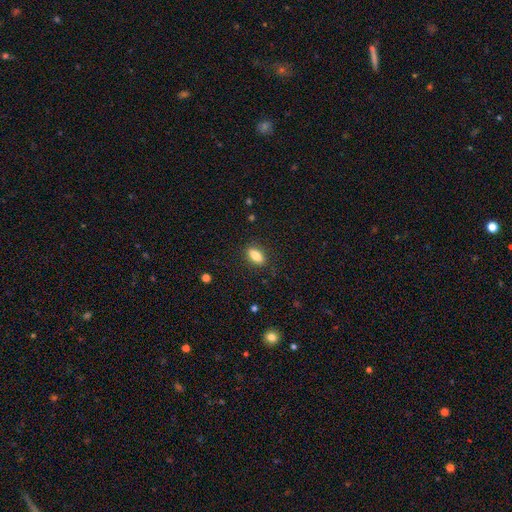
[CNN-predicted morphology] A smooth galaxy with no disk features (80%) that is in between round and cigar-shaped (81%).

Vote fractions:
- Smooth or featured? smooth: 80% / featured or disk: 11% / star or artifact: 8%
- How rounded? in between: 81% / cigar-shaped: 14% / round: 5%
- Merging? none: 87% / minor disturbance: 10% / major disturbance: 3% / merger: 1%